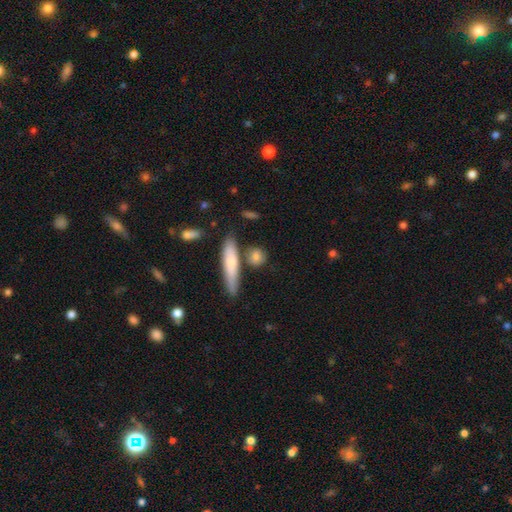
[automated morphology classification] Smooth or featured? smooth (78%)
How rounded? round (50%)
Merging? none (72%)